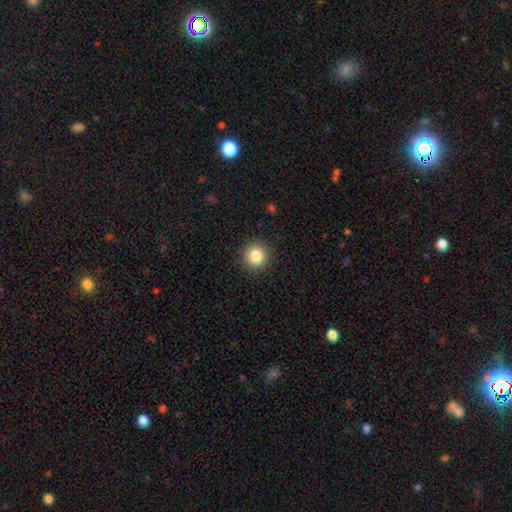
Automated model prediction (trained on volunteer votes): Overall: smooth (84%). How rounded: round (95%). Merging: none (91%).